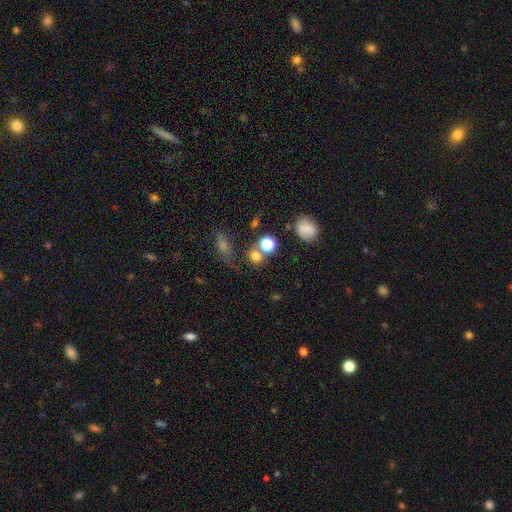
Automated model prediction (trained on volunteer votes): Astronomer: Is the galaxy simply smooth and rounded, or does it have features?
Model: smooth — 75%.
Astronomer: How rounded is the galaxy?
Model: round — 84%.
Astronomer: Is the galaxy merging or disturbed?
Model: none — 60%.